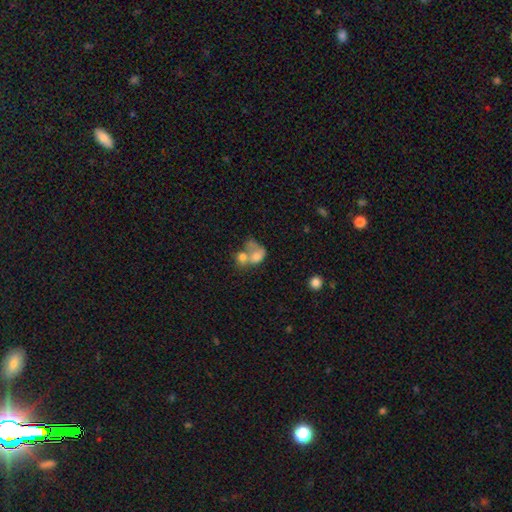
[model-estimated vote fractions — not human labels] This appears to be a smooth galaxy with no disk features (67%) that is in between round and cigar-shaped (63%). Merging: merger (67%).